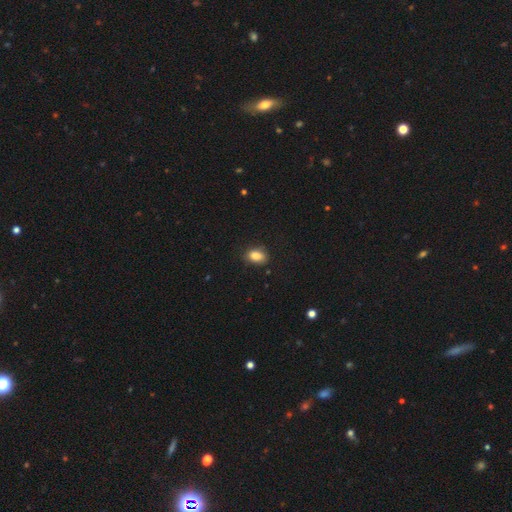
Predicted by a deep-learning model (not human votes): Overall: smooth (86%). How rounded: in between (83%). Merging: none (81%).